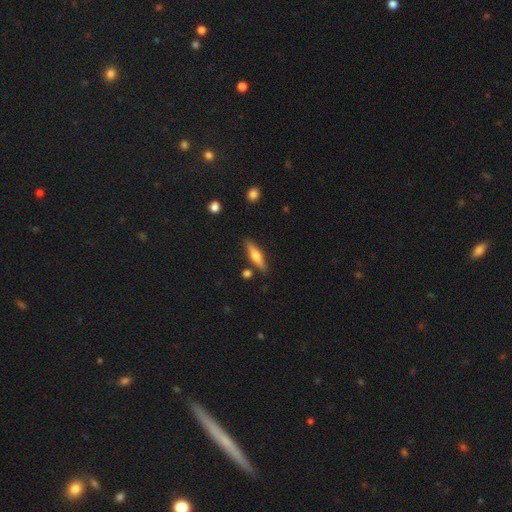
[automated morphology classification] A featured or disk galaxy (48%). Merging: none (84%).